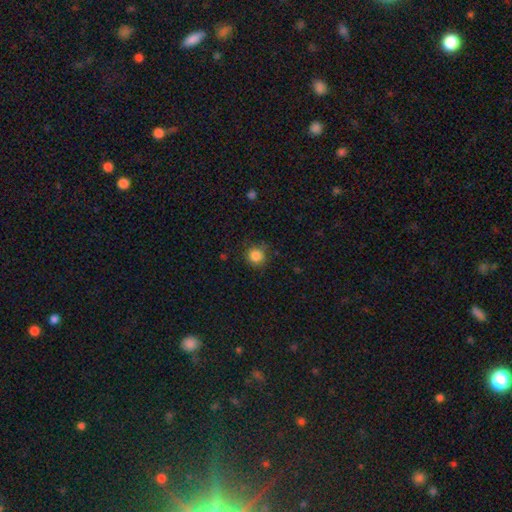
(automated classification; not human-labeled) The model was most divided on "merging": none: 80%, minor disturbance: 15%, major disturbance: 4%, merger: 1%. More confident: how rounded — round (93%); smooth or featured — smooth (85%).